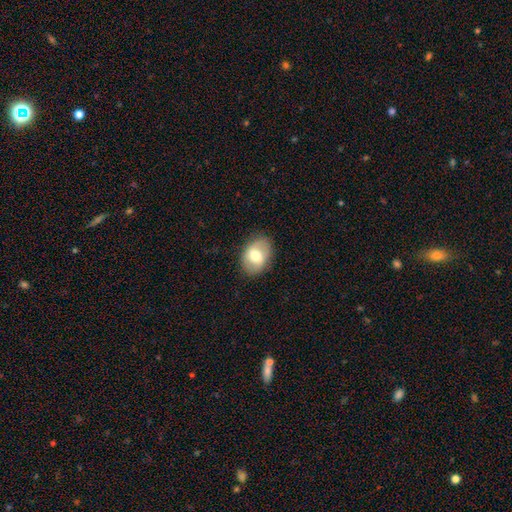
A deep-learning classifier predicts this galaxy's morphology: This is likely a smooth galaxy (62%). How rounded: likely in between (75%). Merging: clearly none (83%).